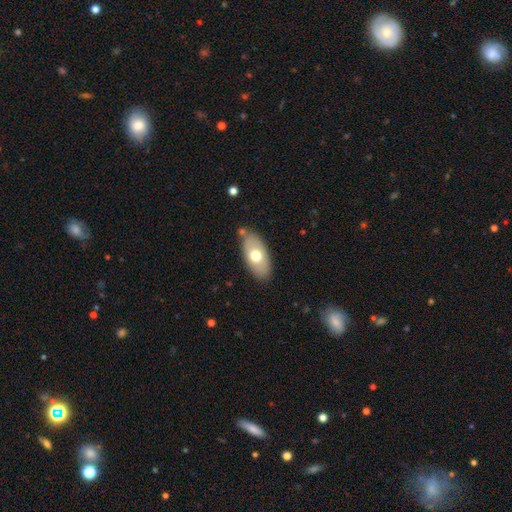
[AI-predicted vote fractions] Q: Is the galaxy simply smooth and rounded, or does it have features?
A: smooth — 64%.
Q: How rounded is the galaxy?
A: in between — 91%.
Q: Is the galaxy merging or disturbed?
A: none — 77%.